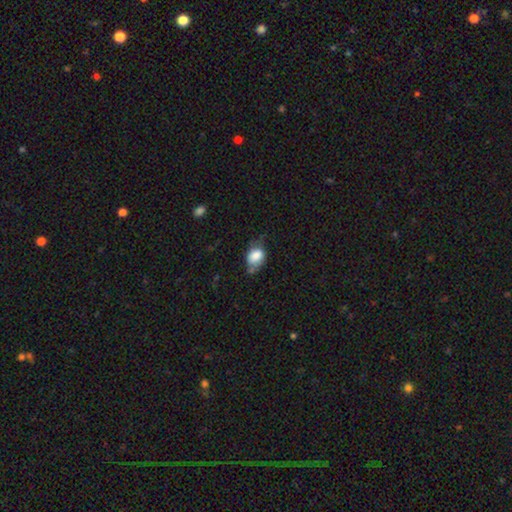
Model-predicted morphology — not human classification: Overall: smooth (76%). How rounded: in between (72%). Merging: none (40%; minor disturbance 38%).